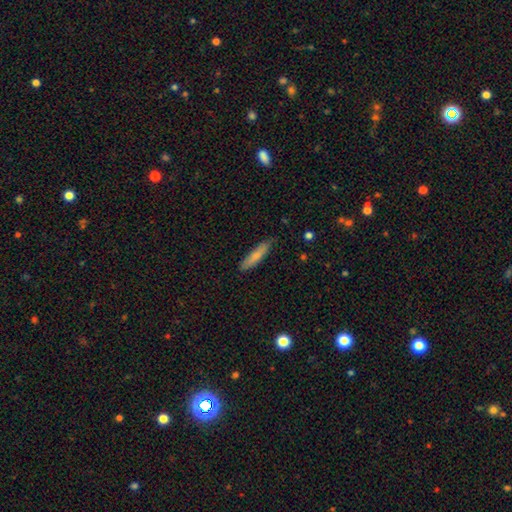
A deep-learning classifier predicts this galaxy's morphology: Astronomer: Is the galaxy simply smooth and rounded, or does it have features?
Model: smooth — 77%.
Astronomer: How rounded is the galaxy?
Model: cigar-shaped — 84%.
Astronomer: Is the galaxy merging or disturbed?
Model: none — 83%.